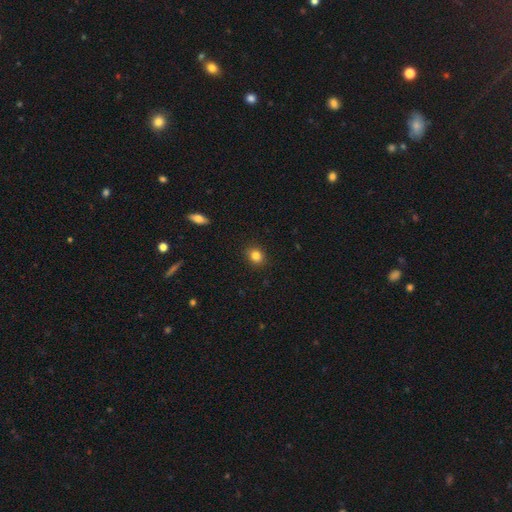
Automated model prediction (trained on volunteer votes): A smooth galaxy with no disk features (84%) that is round (67%).

Vote fractions:
- Smooth or featured? smooth: 84% / star or artifact: 11% / featured or disk: 6%
- How rounded? round: 67% / in between: 32% / cigar-shaped: 1%
- Merging? none: 90% / minor disturbance: 7% / major disturbance: 2% / merger: 1%